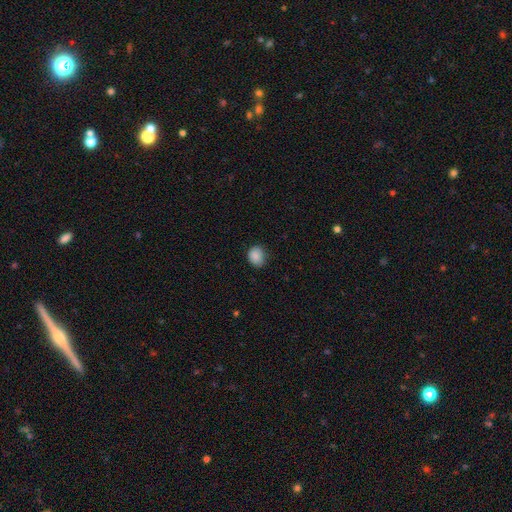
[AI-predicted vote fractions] Smooth or featured: smooth — 88% (star or artifact — 9%)
How rounded: round — 61% (in between — 38%)
Merging: none — 77% (minor disturbance — 18%)